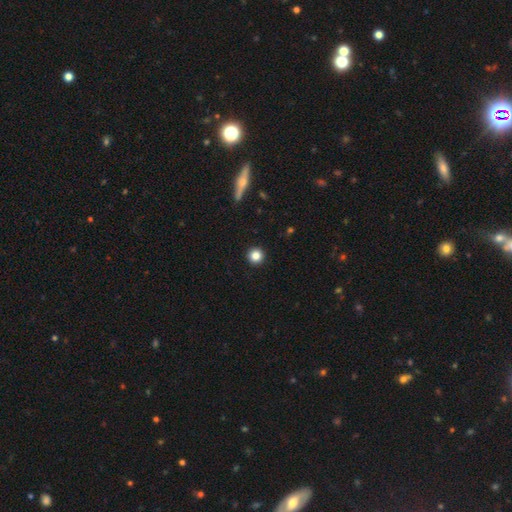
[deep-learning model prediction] Smooth or featured? Predicted: smooth (p=0.84). How rounded? Predicted: round (p=0.96). Merging? Predicted: none (p=0.93).